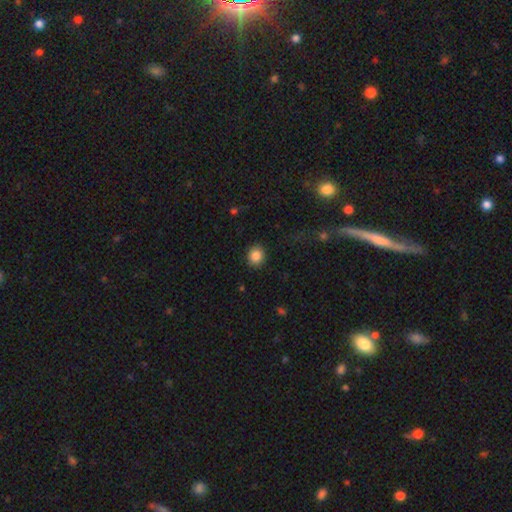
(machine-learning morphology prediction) smooth_or_featured: smooth (p=0.86) [alt: star or artifact p=0.09]
how_rounded: round (p=0.78) [alt: in between p=0.21]
merging: none (p=0.90) [alt: minor disturbance p=0.07]